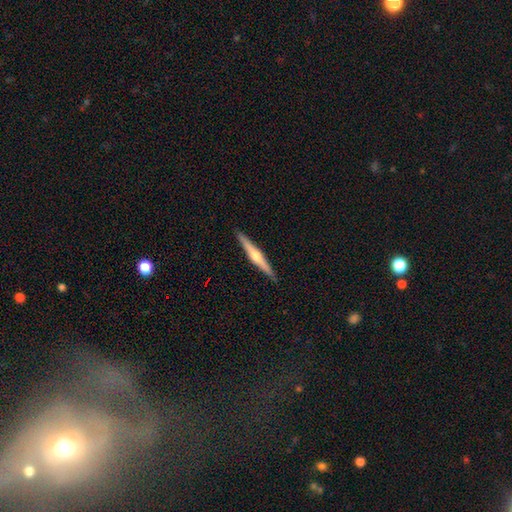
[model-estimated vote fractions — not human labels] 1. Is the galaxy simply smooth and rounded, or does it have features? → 71% featured or disk, 24% smooth, 5% star or artifact.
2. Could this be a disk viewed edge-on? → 98% yes, 2% no.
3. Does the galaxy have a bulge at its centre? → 89% rounded, 5% none, 5% boxy.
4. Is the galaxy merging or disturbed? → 92% none, 6% minor disturbance, 1% major disturbance, 1% merger.